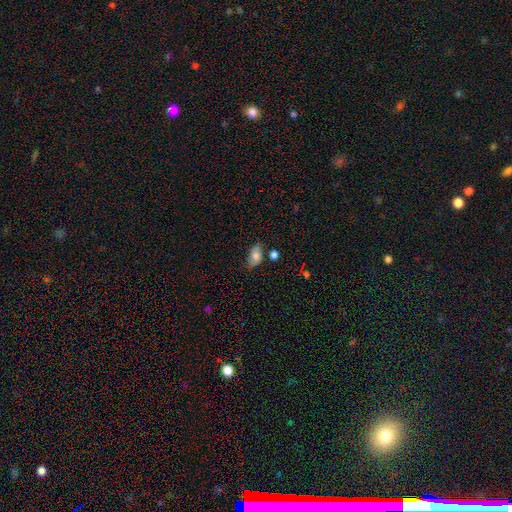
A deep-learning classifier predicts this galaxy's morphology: This is likely a smooth galaxy (73%). How rounded: clearly in between (91%). Merging: likely none (64%).